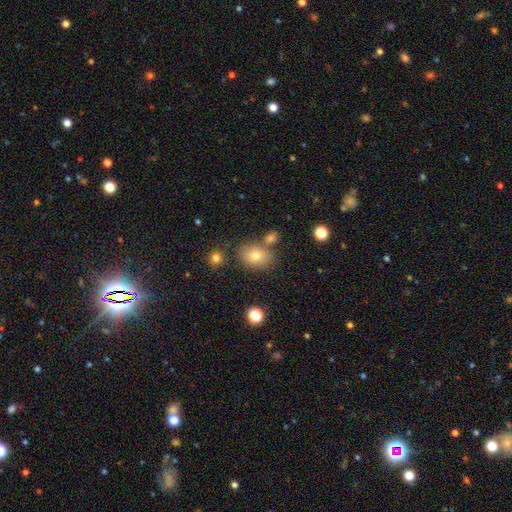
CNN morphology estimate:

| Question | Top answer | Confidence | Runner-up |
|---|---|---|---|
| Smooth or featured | smooth | 75% | featured or disk (13%) |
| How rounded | in between | 56% | round (43%) |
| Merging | none | 69% | merger (13%) |